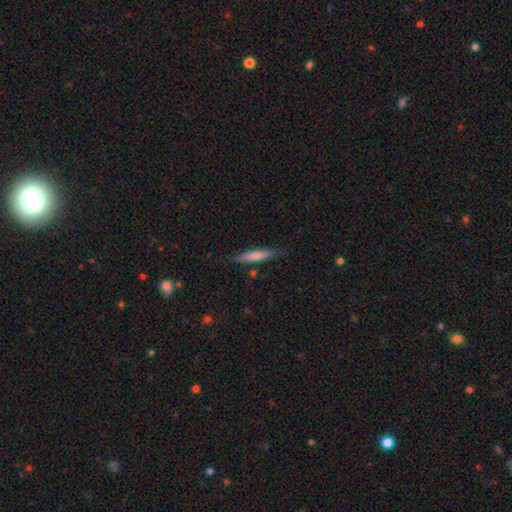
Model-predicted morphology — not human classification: A smooth galaxy with no disk features (68%) that is cigar-shaped (88%). Merging: none (82%).